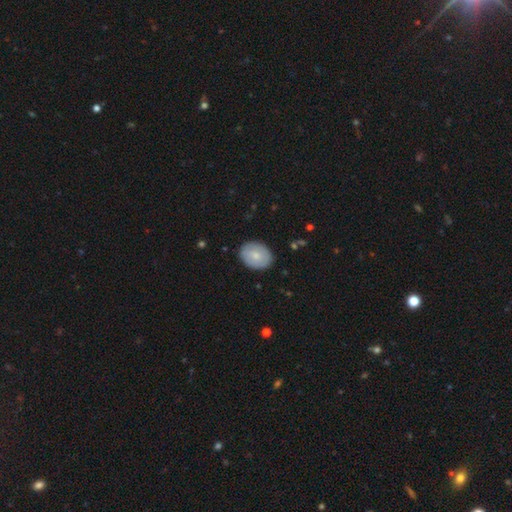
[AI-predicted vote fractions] Morphology: type=smooth (76%); roundness=in between (63%); merging=none (86%).